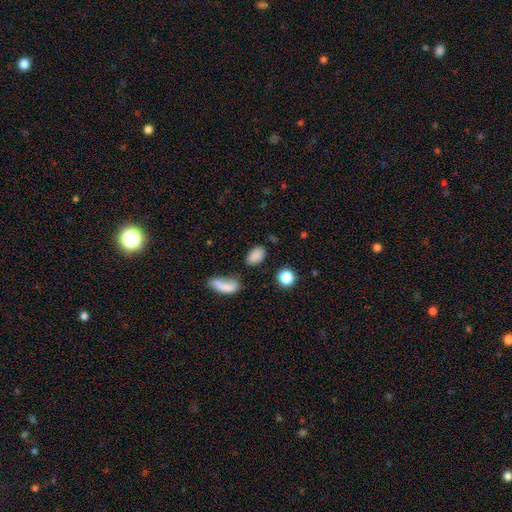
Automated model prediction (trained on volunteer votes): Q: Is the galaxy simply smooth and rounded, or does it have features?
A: smooth — 83%.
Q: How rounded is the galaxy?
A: in between — 87%.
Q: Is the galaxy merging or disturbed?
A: none — 75%.